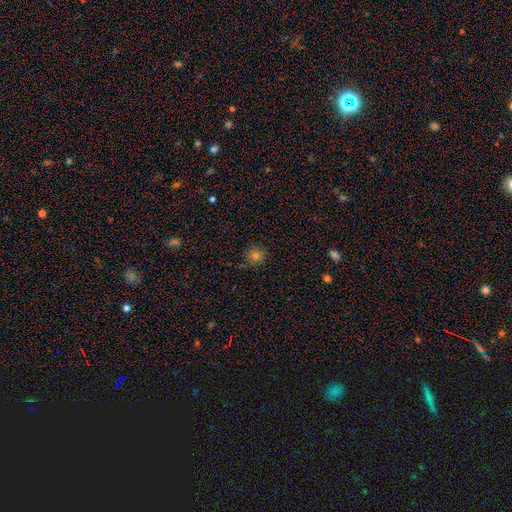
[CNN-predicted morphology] The model was most divided on "smooth or featured": smooth: 77%, star or artifact: 16%, featured or disk: 7%. More confident: how rounded — round (92%); merging — none (86%).